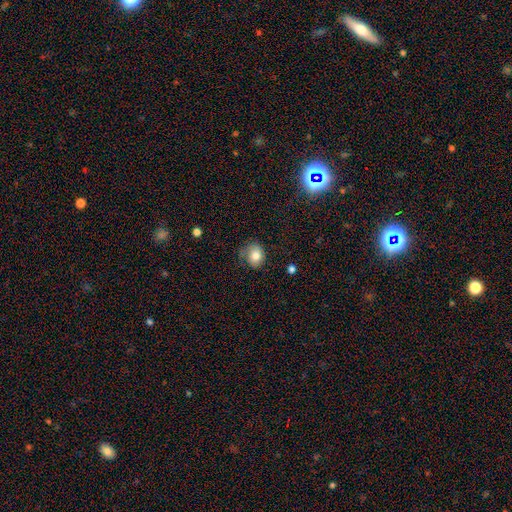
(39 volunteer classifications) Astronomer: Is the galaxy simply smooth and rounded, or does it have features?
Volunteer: smooth — 74%.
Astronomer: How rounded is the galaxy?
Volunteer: in between — 66%.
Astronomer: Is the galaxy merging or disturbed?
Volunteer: none — 47% (runner-up: minor disturbance, 33%).